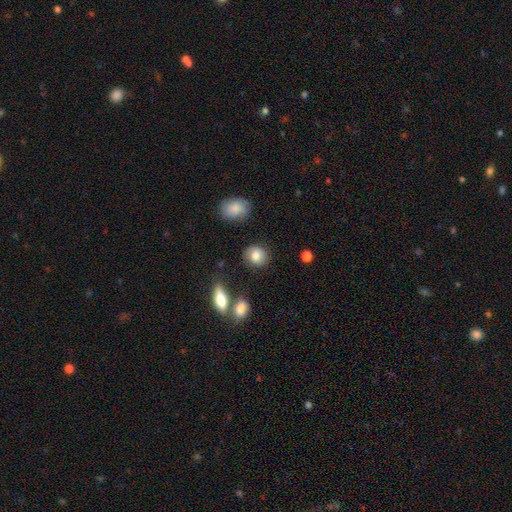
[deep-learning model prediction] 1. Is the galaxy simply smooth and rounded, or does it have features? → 81% smooth, 11% featured or disk, 8% star or artifact.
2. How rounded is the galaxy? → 70% round, 29% in between, 2% cigar-shaped.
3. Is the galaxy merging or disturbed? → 80% none, 13% minor disturbance, 4% major disturbance, 3% merger.